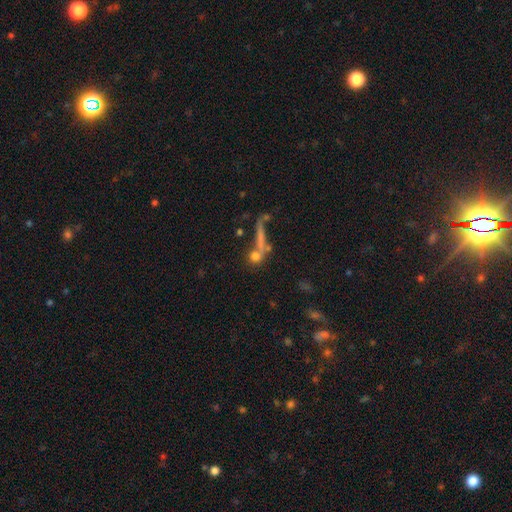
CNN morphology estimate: Smooth or featured?
  - smooth: 61% *
  - featured or disk: 23%
  - star or artifact: 15%
How rounded?
  - round: 54% *
  - cigar-shaped: 30%
  - in between: 16%
Merging?
  - none: 53% *
  - merger: 27%
  - minor disturbance: 11%
  - major disturbance: 10%